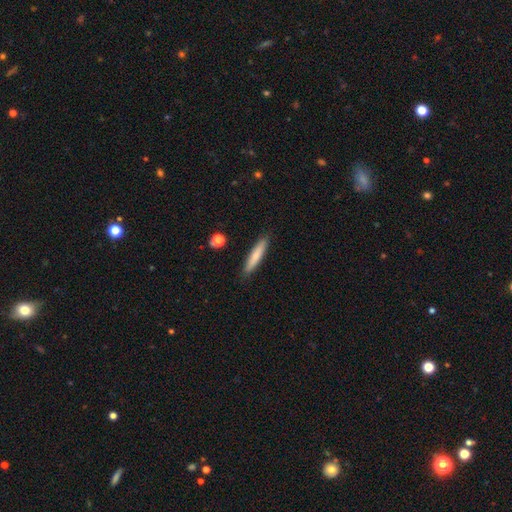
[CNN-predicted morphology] Smooth or featured? Predicted: smooth (p=0.75). How rounded? Predicted: cigar-shaped (p=0.89). Merging? Predicted: none (p=0.89).